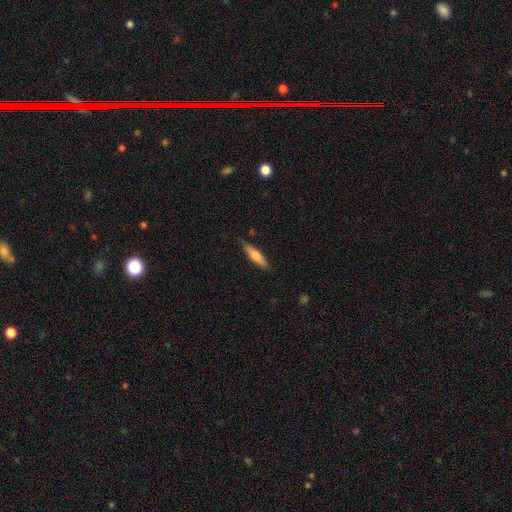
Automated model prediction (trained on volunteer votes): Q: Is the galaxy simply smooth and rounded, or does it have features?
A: smooth — 67%.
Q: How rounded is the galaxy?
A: cigar-shaped — 77%.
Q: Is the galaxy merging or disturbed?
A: none — 82%.